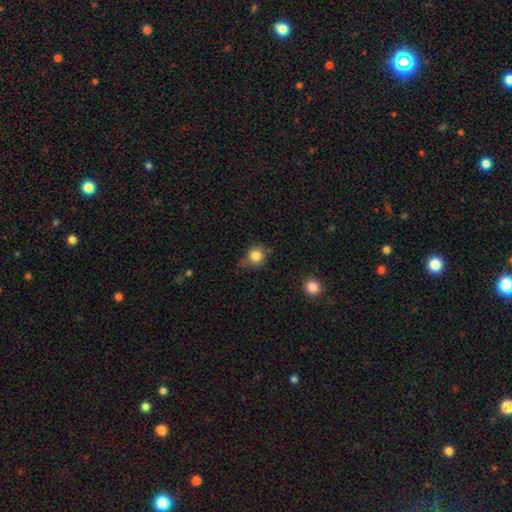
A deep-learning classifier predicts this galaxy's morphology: This appears to be a smooth galaxy with no disk features (82%) that is round (81%). Merging: none (56%).